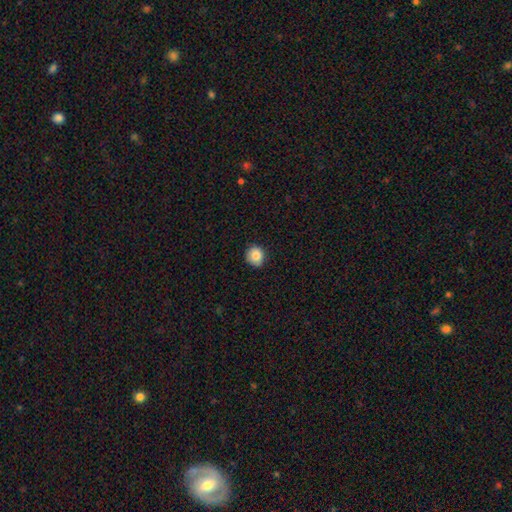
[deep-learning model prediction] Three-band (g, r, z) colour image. It shows a smooth galaxy with no disk features (84%) that is round (88%). Merging: none (86%).